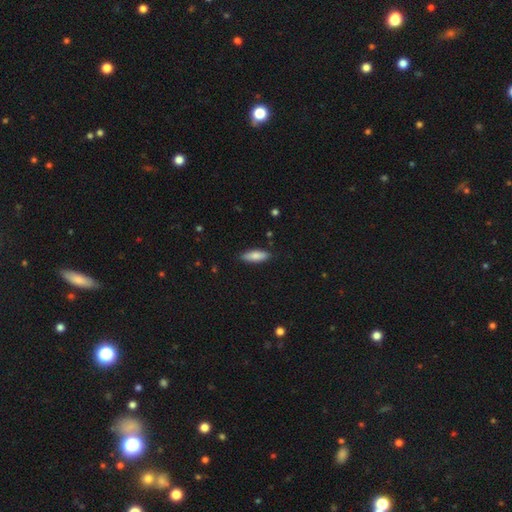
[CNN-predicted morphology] Smooth or featured?
  - smooth: 82% *
  - featured or disk: 12%
  - star or artifact: 6%
How rounded?
  - in between: 55% *
  - cigar-shaped: 43%
  - round: 2%
Merging?
  - none: 87% *
  - minor disturbance: 10%
  - major disturbance: 2%
  - merger: 1%